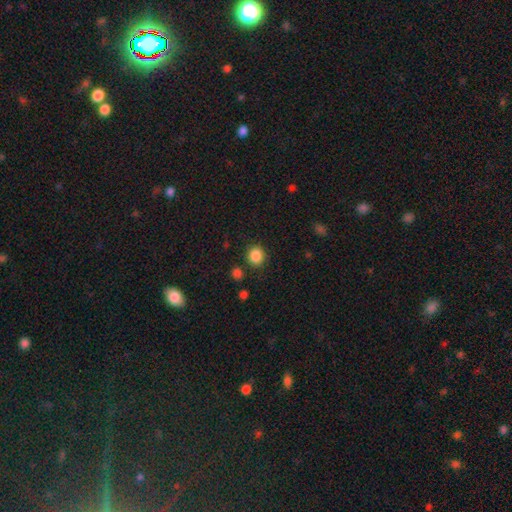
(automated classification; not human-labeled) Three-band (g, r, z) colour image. It shows a smooth galaxy with no disk features (86%) that is round (83%). Merging: none (84%).